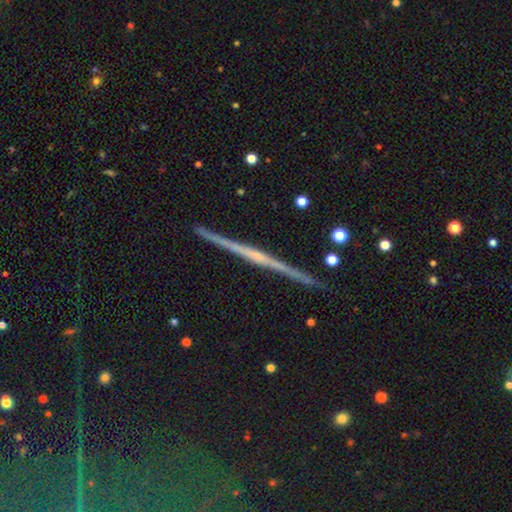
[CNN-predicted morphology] This is clearly a featured or disk galaxy (81%). It is clearly viewed edge-on (98%). Edge-on bulge: possibly none (48%). Merging: clearly none (92%).